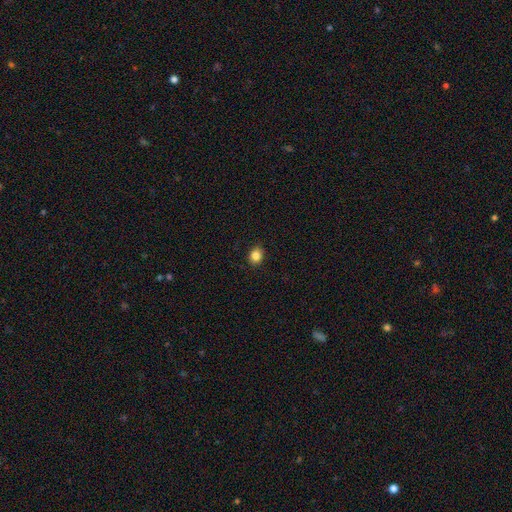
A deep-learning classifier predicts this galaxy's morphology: Smooth or featured? smooth (85%)
How rounded? round (55%)
Merging? none (90%)